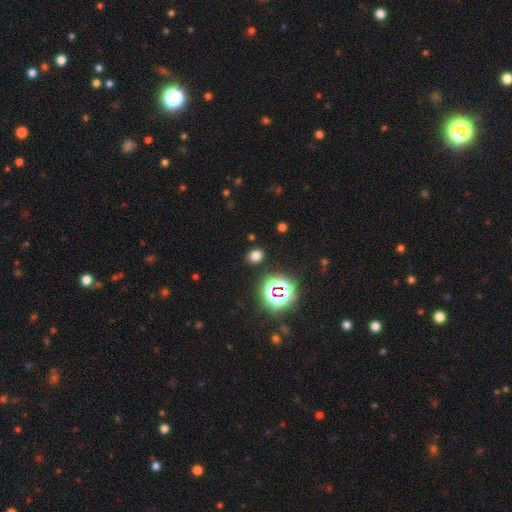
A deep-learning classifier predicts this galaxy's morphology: The model was most divided on "how rounded": round: 50%, in between: 49%, cigar-shaped: 1%. More confident: merging — none (87%); smooth or featured — smooth (69%).